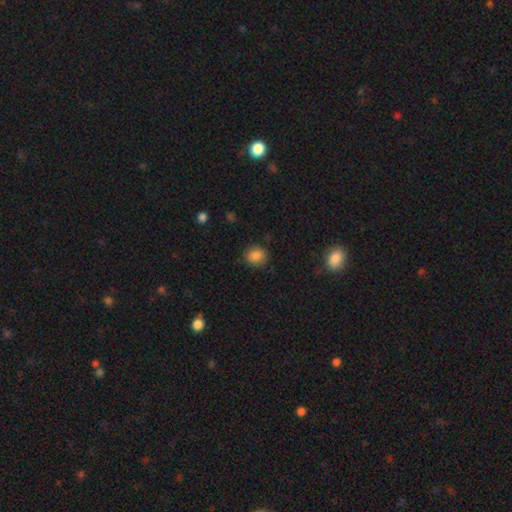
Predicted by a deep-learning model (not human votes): A smooth galaxy with no disk features (86%) that is round (73%). Merging: none (86%).